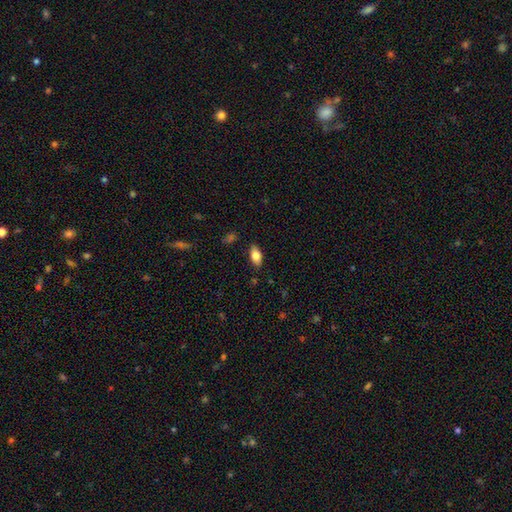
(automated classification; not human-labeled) Smooth or featured?
  - smooth: 78% *
  - featured or disk: 15%
  - star or artifact: 7%
How rounded?
  - in between: 88% *
  - cigar-shaped: 8%
  - round: 4%
Merging?
  - none: 85% *
  - minor disturbance: 11%
  - major disturbance: 2%
  - merger: 1%